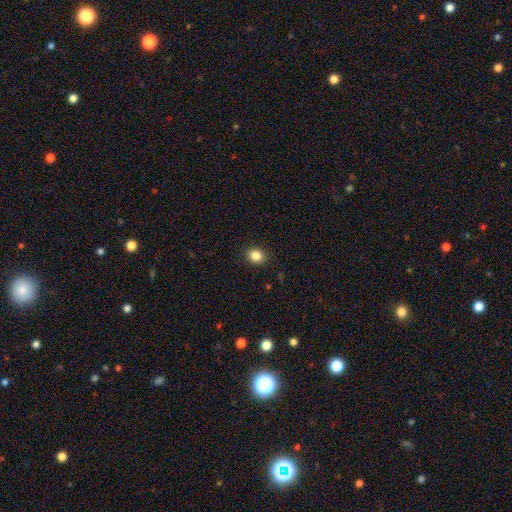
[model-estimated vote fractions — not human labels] smooth_or_featured: smooth (p=0.86) [alt: star or artifact p=0.10]
how_rounded: round (p=0.63) [alt: in between p=0.36]
merging: none (p=0.91) [alt: minor disturbance p=0.06]